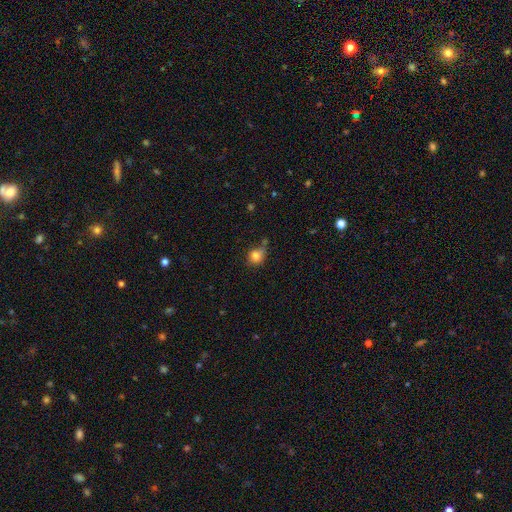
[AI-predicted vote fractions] smooth 81%, star or artifact 11%, featured or disk 9%. Down the decision tree: how rounded — round (68%); merging — none (48%).